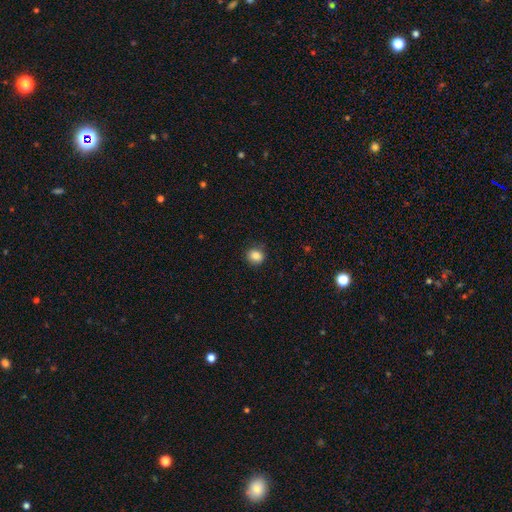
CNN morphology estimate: smooth-or-featured: smooth: 85% | star or artifact: 10% | featured or disk: 5%
  how-rounded: round: 77% | in between: 22% | cigar-shaped: 1%
  merging: none: 86% | minor disturbance: 11% | major disturbance: 3% | merger: 1%